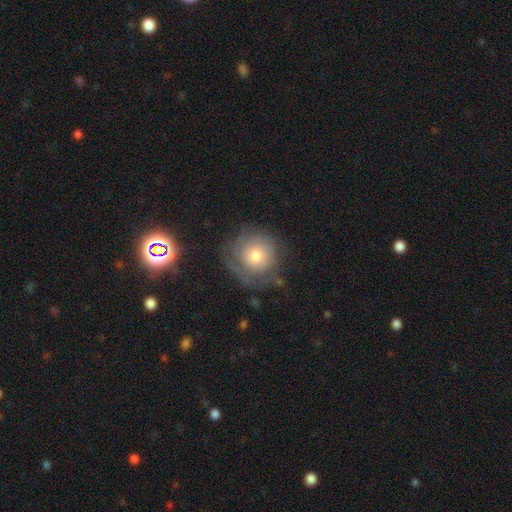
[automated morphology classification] The model was most divided on "smooth or featured": smooth: 45%, featured or disk: 44%, star or artifact: 11%. More confident: merging — none (63%).